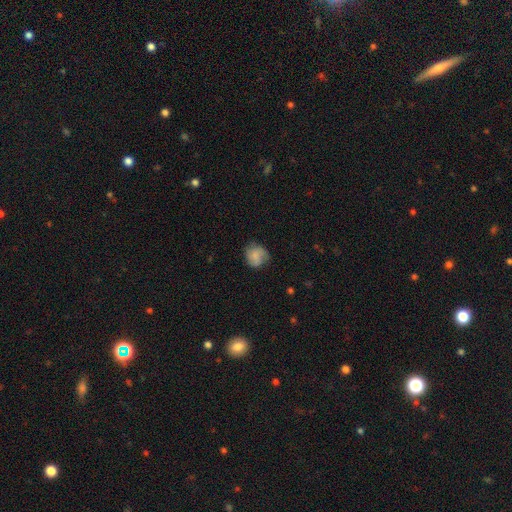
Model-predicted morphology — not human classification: Q: Smooth or featured?
A: smooth (71%); runner-up: featured or disk (20%)
Q: How rounded?
A: round (76%); runner-up: in between (23%)
Q: Merging?
A: none (61%); runner-up: minor disturbance (28%)